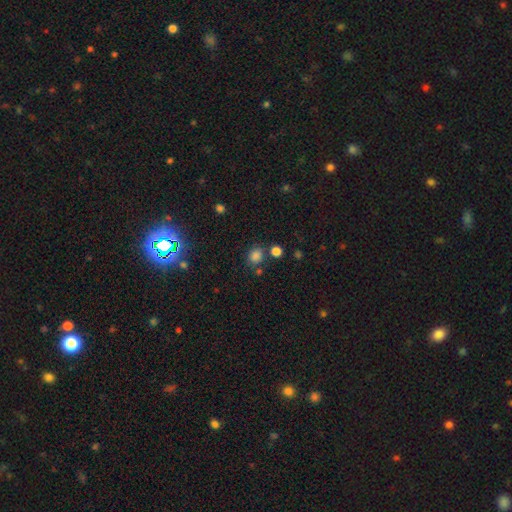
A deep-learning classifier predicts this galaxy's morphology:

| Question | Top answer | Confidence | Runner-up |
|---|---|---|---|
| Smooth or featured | smooth | 80% | star or artifact (16%) |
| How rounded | round | 68% | in between (31%) |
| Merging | none | 75% | minor disturbance (11%) |